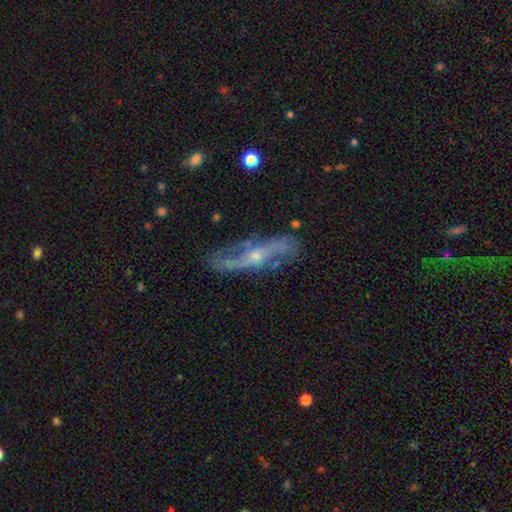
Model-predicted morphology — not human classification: The model was most divided on "bulge size": small: 55%, moderate: 39%, none: 3%, large: 2%, dominant: 1%. More confident: spiral arms — yes (90%); spiral arm count — 2 (87%); smooth or featured — featured or disk (82%); merging — none (73%); edge-on disk — no (70%); spiral winding — loose (68%); bar — no (51%).